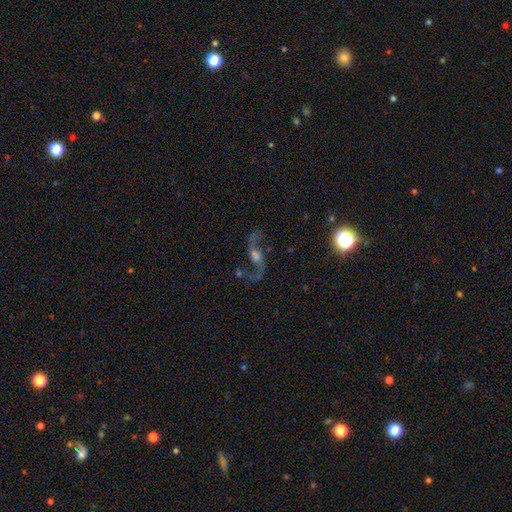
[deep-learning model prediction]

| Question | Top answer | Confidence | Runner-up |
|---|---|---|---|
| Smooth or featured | featured or disk | 83% | star or artifact (10%) |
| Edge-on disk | no | 94% | yes (6%) |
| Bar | no | 43% | weak (41%) |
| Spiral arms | yes | 95% | no (5%) |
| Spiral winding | loose | 87% | medium (11%) |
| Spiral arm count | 2 | 93% | 1 (3%) |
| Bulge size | moderate | 45% | small (26%) |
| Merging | none | 71% | minor disturbance (12%) |